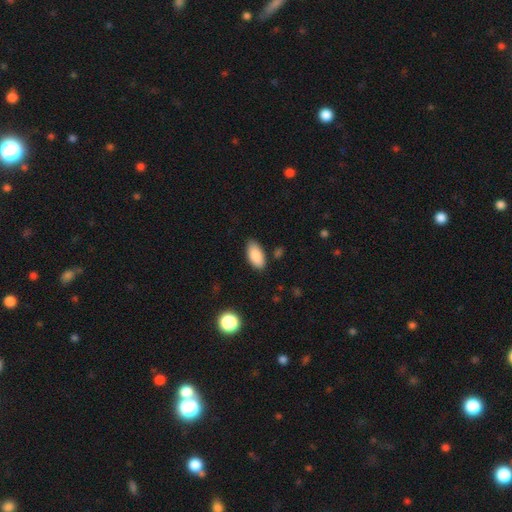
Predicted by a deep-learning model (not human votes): Overall: smooth (87%). How rounded: in between (92%). Merging: none (82%).